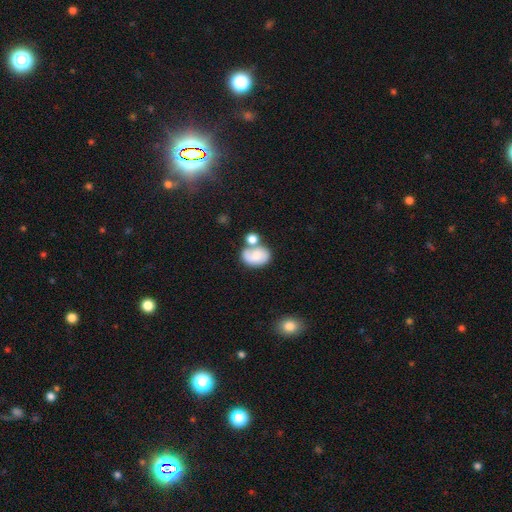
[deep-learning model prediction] A smooth galaxy with no disk features (59%) that is in between round and cigar-shaped (71%). Merging: merger (42%).